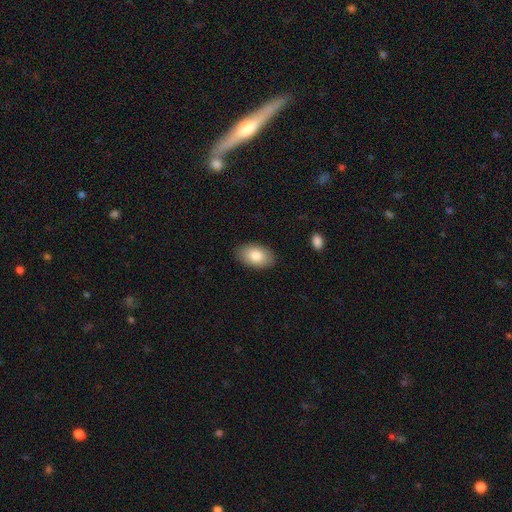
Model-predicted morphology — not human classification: This appears to be a smooth galaxy with no disk features (83%) that is in between round and cigar-shaped (93%). Merging: none (87%).